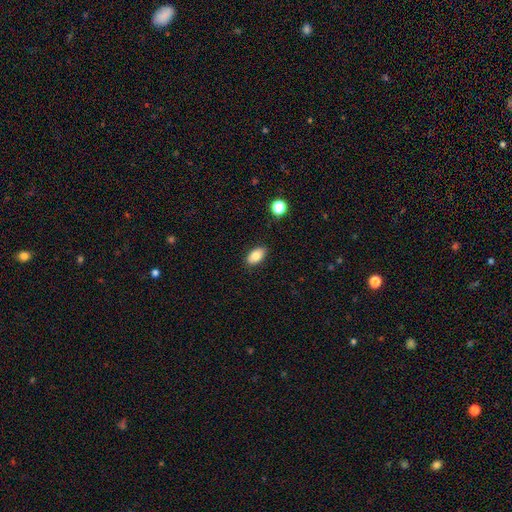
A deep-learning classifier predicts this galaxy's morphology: Smooth or featured? smooth (82%)
How rounded? in between (92%)
Merging? none (86%)